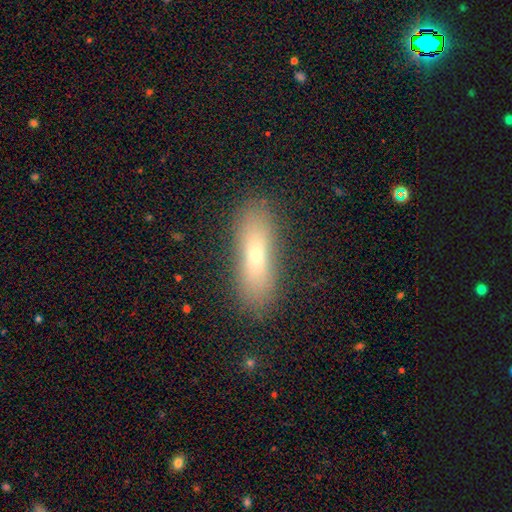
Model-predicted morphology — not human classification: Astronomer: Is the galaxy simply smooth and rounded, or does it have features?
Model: smooth — 67%.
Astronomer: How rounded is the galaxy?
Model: cigar-shaped — 60% (runner-up: in between, 37%).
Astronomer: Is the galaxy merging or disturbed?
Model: none — 83%.